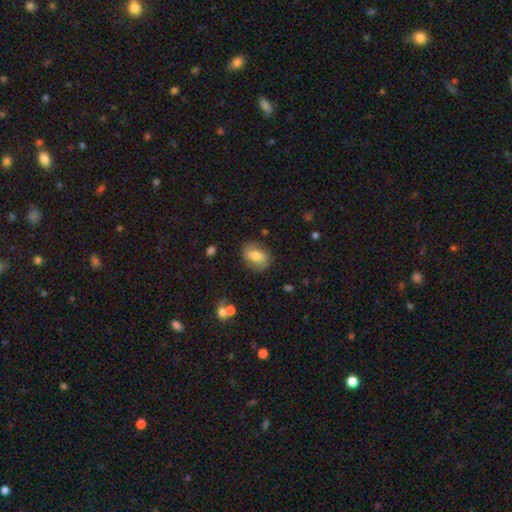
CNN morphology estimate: Smooth or featured? Predicted: smooth (p=0.70). How rounded? Predicted: in between (p=0.71). Merging? Predicted: none (p=0.80).